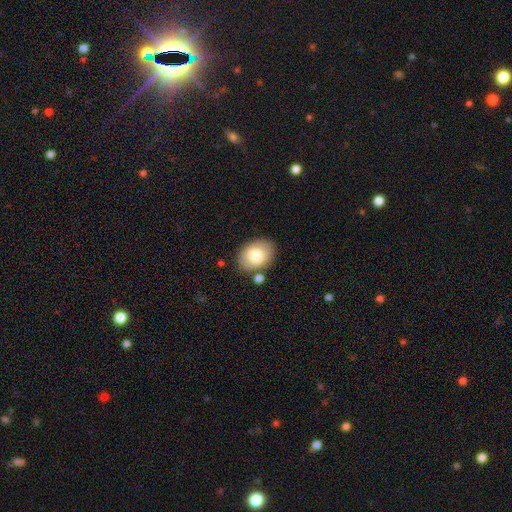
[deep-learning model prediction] smooth_or_featured: smooth (p=0.79) [alt: featured or disk p=0.14]
how_rounded: in between (p=0.75) [alt: round p=0.24]
merging: none (p=0.77) [alt: minor disturbance p=0.13]